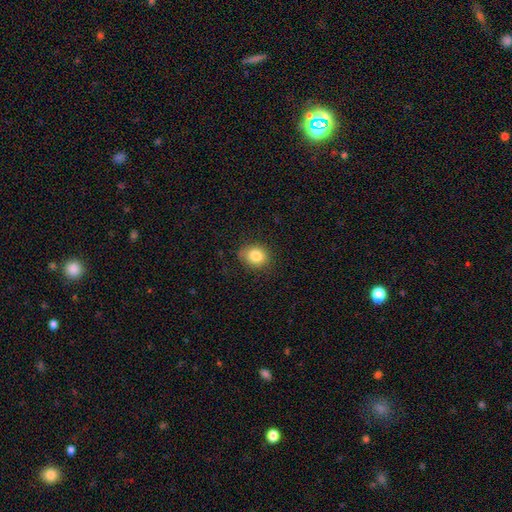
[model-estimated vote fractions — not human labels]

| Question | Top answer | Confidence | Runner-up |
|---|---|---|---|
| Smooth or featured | smooth | 84% | star or artifact (9%) |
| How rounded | round | 55% | in between (44%) |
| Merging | none | 77% | minor disturbance (18%) |